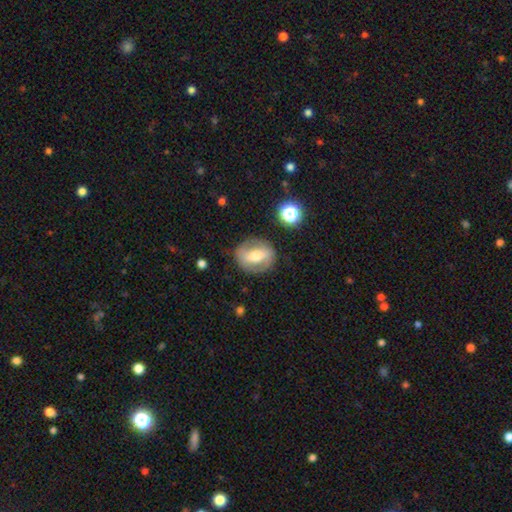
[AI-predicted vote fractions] The model was most divided on "spiral arms": no: 53%, yes: 47%. Remaining: edge-on disk — no (92%); merging — none (82%); bulge size — moderate (67%); smooth or featured — featured or disk (56%); bar — strong (49%).